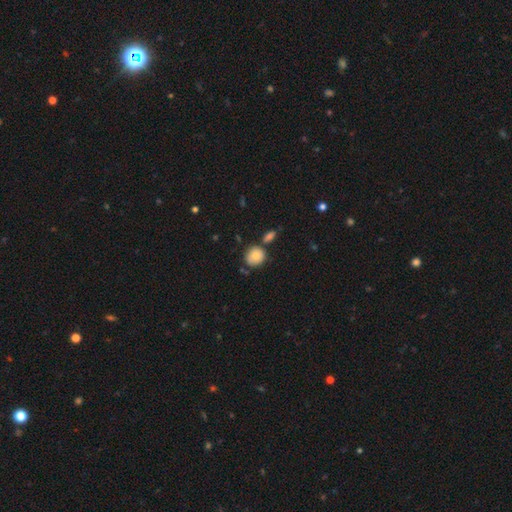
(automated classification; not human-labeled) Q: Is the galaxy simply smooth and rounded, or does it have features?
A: smooth — 81%.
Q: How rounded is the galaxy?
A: round — 82%.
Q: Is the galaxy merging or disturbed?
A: none — 67%.